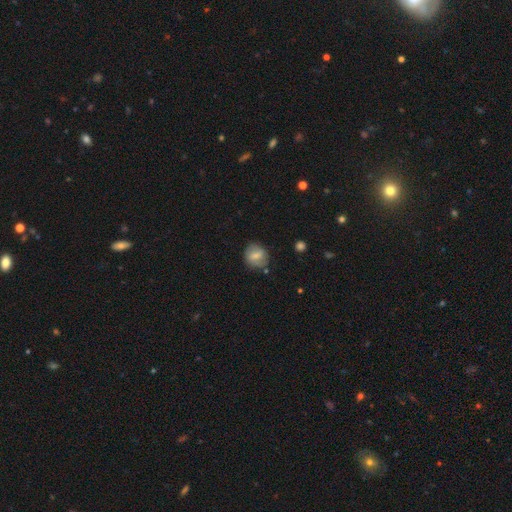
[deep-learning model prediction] Smooth or featured? smooth (67%)
How rounded? round (70%)
Merging? none (76%)